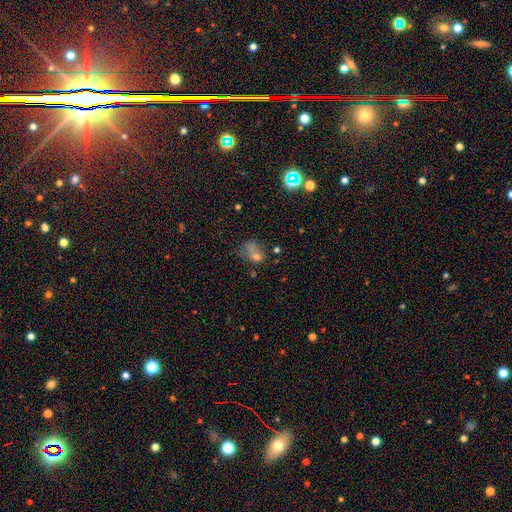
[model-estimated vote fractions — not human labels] smooth_or_featured: smooth (p=0.49) [alt: star or artifact p=0.30]
merging: none (p=0.34) [alt: major disturbance p=0.27]